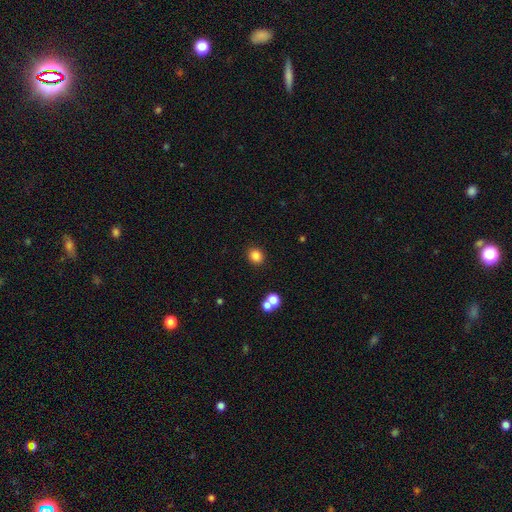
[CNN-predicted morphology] The model was most divided on "how rounded": round: 77%, in between: 22%, cigar-shaped: 1%. More confident: merging — none (88%); smooth or featured — smooth (83%).